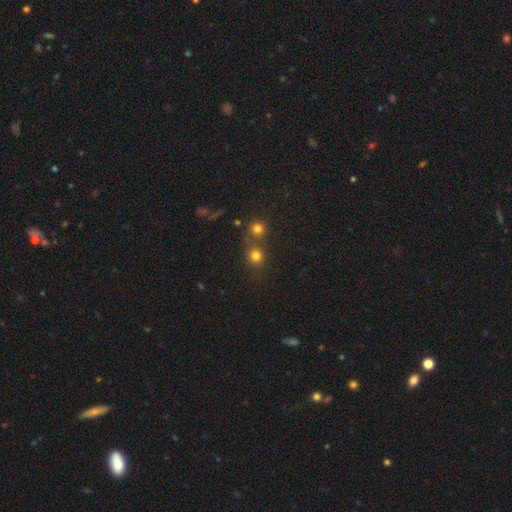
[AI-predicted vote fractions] This is likely a smooth galaxy (76%). How rounded: clearly round (85%). Merging: possibly none (60%).